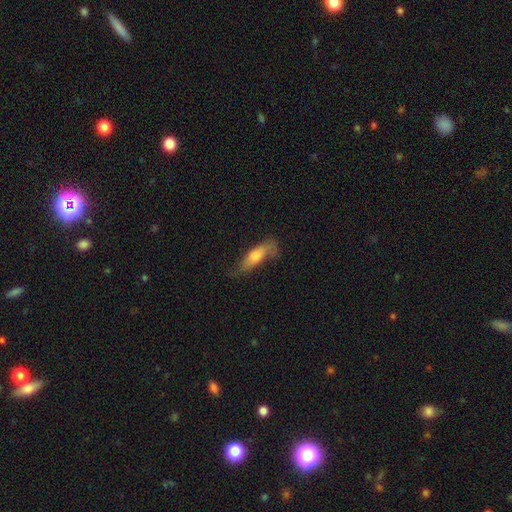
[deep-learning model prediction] This is possibly a smooth galaxy (54%). How rounded: possibly in between (52%). Merging: possibly none (48%).